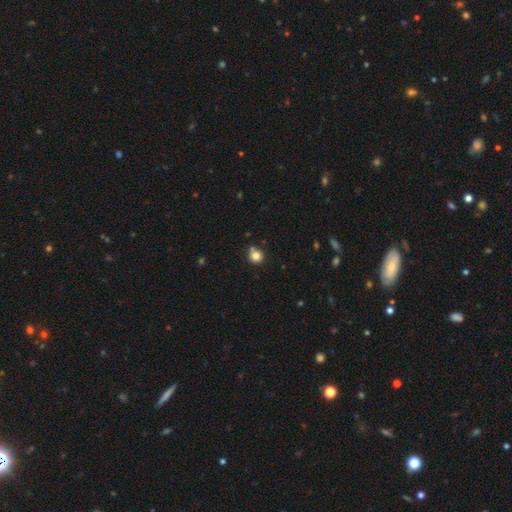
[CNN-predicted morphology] Smooth or featured? Predicted: smooth (p=0.82). How rounded? Predicted: round (p=0.87). Merging? Predicted: none (p=0.70).